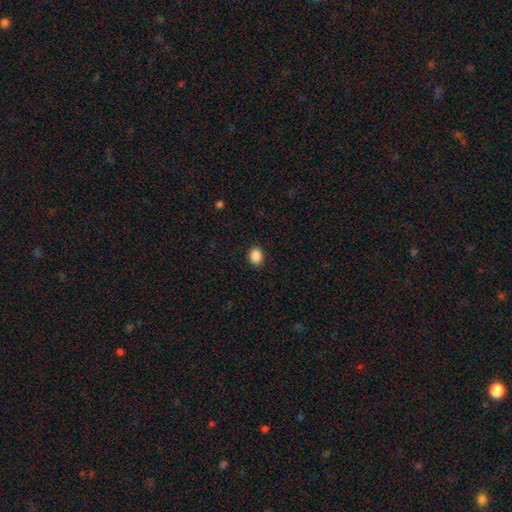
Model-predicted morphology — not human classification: A smooth galaxy with no disk features (88%) that is round (52%). Merging: none (90%).